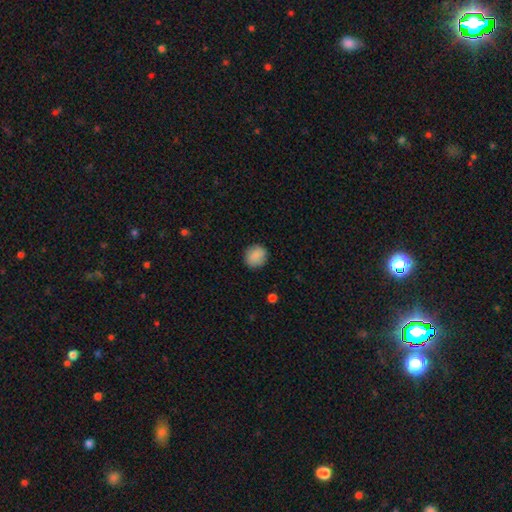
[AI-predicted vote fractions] The model was most divided on "how rounded": round: 79%, in between: 20%, cigar-shaped: 1%. More confident: merging — none (88%); smooth or featured — smooth (88%).